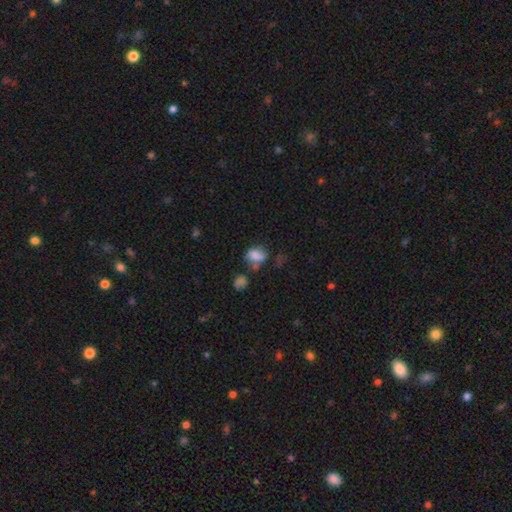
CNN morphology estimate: Q: Smooth or featured?
A: smooth (74%); runner-up: featured or disk (14%)
Q: How rounded?
A: in between (65%); runner-up: round (34%)
Q: Merging?
A: none (40%); runner-up: minor disturbance (25%)